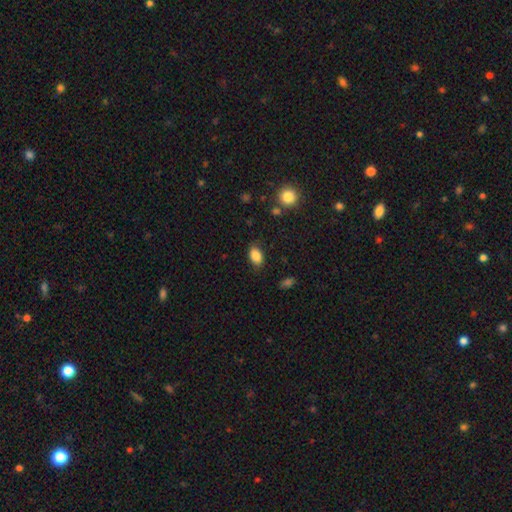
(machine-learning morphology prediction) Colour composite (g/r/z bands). It shows a smooth galaxy with no disk features (85%) that is in between round and cigar-shaped (86%). Merging: none (83%).